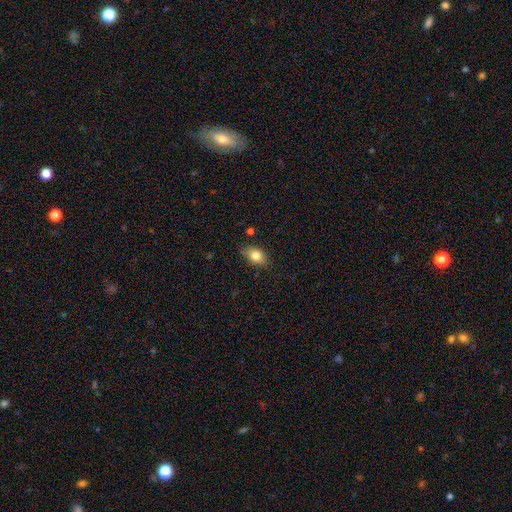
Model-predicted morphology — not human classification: Smooth or featured?
  - smooth: 80% *
  - featured or disk: 11%
  - star or artifact: 9%
How rounded?
  - in between: 79% *
  - round: 18%
  - cigar-shaped: 2%
Merging?
  - none: 79% *
  - minor disturbance: 17%
  - major disturbance: 3%
  - merger: 2%